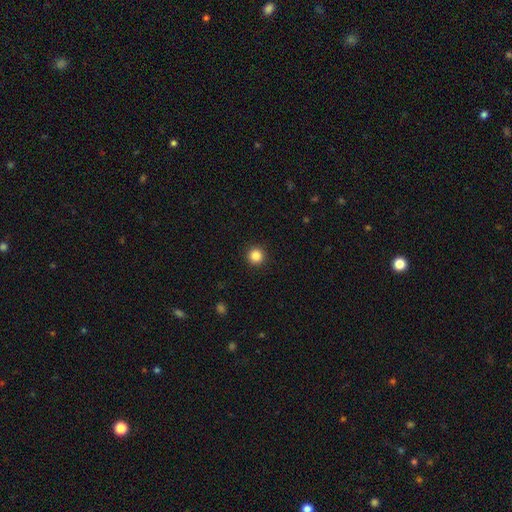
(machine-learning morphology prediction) Smooth or featured? smooth (85%)
How rounded? round (96%)
Merging? none (93%)